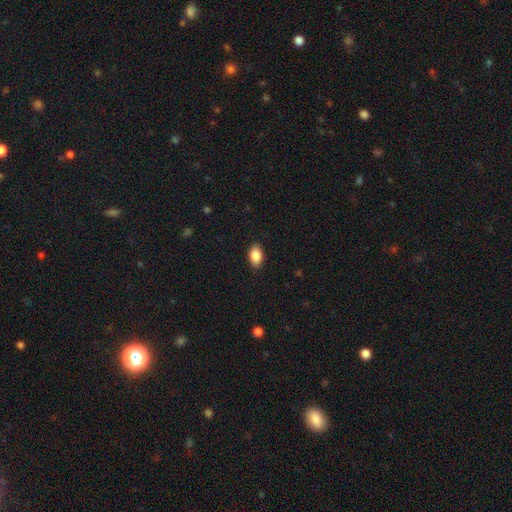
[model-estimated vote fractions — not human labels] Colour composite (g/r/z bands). It shows a smooth galaxy with no disk features (87%) that is in between round and cigar-shaped (91%). Merging: none (88%).